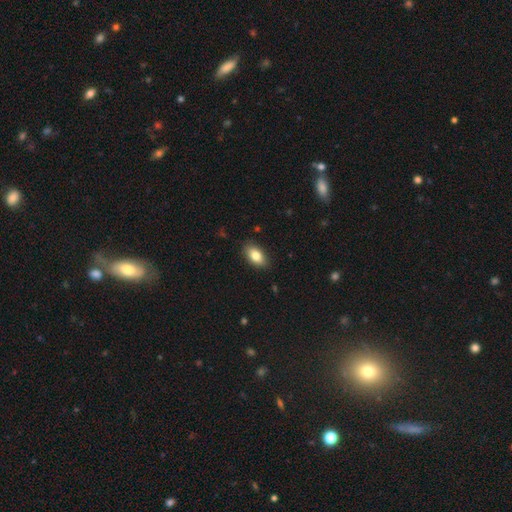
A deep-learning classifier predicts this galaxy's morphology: This is clearly a smooth galaxy (81%). How rounded: clearly in between (91%). Merging: clearly none (87%).